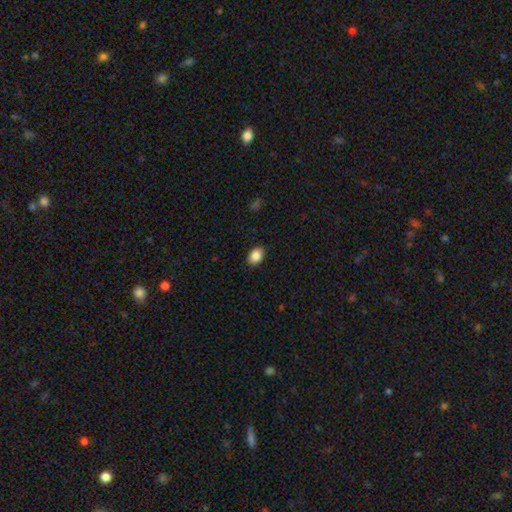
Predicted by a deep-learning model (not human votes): Q: Smooth or featured?
A: smooth (88%); runner-up: star or artifact (8%)
Q: How rounded?
A: in between (79%); runner-up: round (20%)
Q: Merging?
A: none (87%); runner-up: minor disturbance (10%)